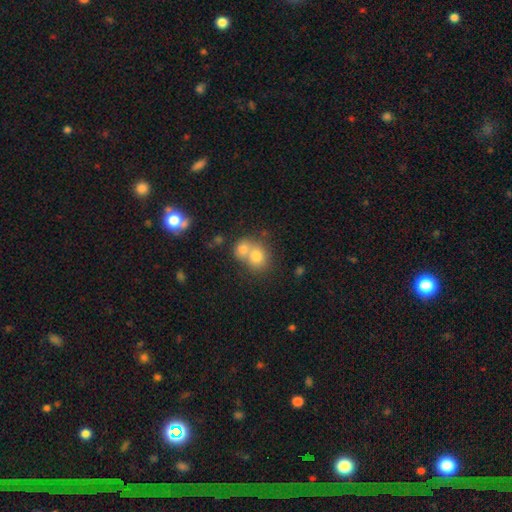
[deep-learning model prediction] Q: Smooth or featured?
A: smooth (74%); runner-up: featured or disk (15%)
Q: How rounded?
A: round (71%); runner-up: in between (28%)
Q: Merging?
A: merger (63%); runner-up: none (28%)